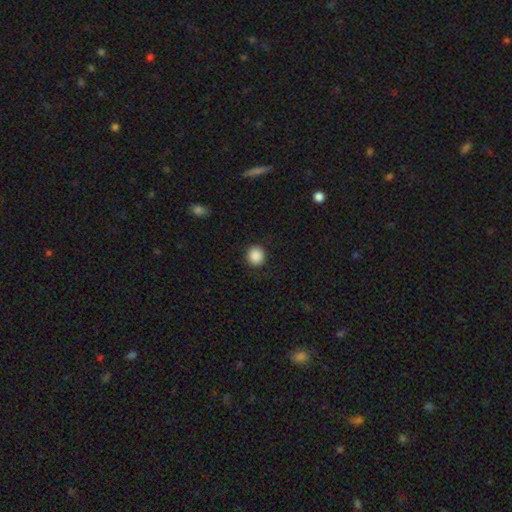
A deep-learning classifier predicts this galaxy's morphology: Smooth or featured? smooth (89%)
How rounded? round (90%)
Merging? none (91%)